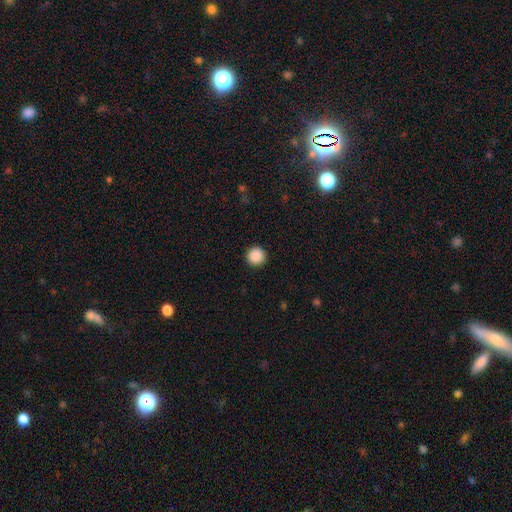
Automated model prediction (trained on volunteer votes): Smooth or featured? smooth (89%)
How rounded? round (96%)
Merging? none (93%)